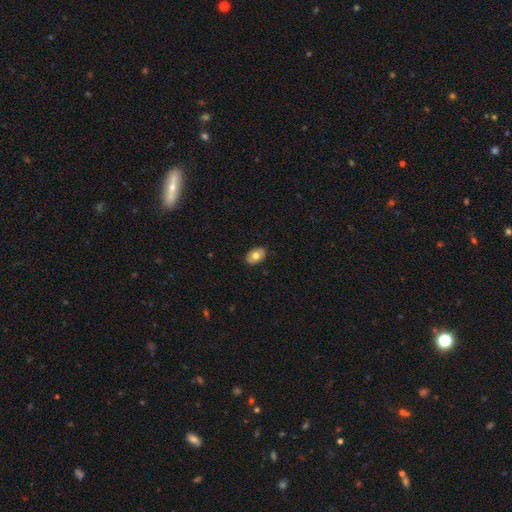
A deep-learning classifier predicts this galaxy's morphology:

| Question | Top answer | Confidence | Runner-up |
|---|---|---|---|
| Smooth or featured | smooth | 73% | featured or disk (20%) |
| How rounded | in between | 86% | round (13%) |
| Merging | none | 88% | minor disturbance (9%) |